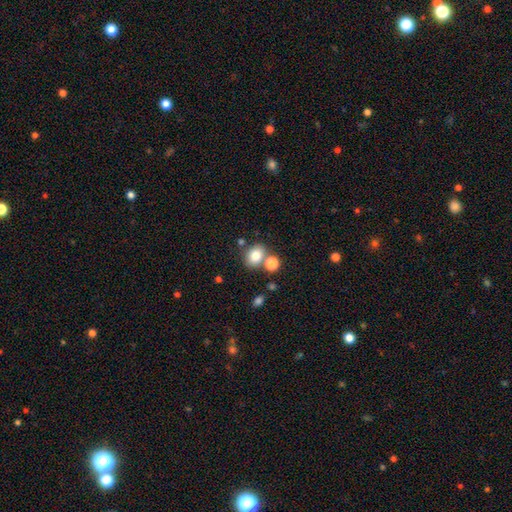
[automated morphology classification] smooth-or-featured: smooth: 79% | star or artifact: 11% | featured or disk: 10%
  how-rounded: round: 51% | in between: 48% | cigar-shaped: 1%
  merging: none: 64% | merger: 21% | minor disturbance: 11% | major disturbance: 4%